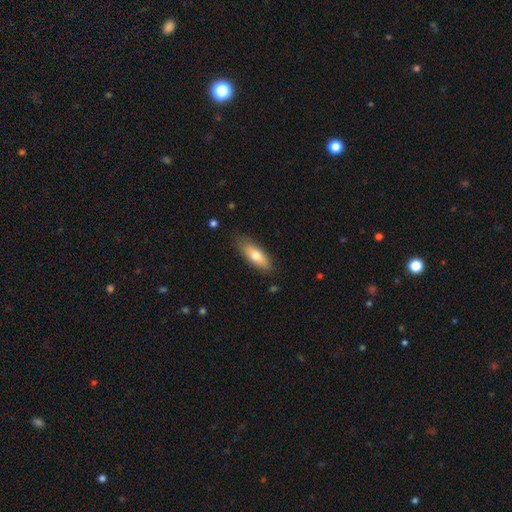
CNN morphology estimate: This is likely a smooth galaxy (70%). How rounded: likely in between (68%). Merging: clearly none (81%).